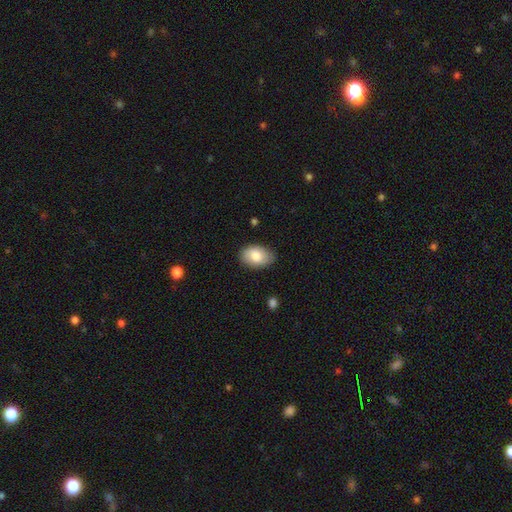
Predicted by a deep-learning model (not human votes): smooth 82%, featured or disk 12%, star or artifact 6%. Down the decision tree: how rounded — in between (89%); merging — none (80%).